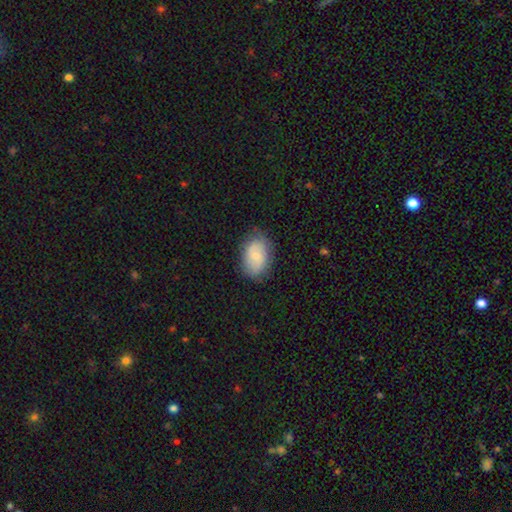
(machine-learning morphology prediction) Smooth or featured? smooth (66%)
How rounded? in between (85%)
Merging? none (77%)